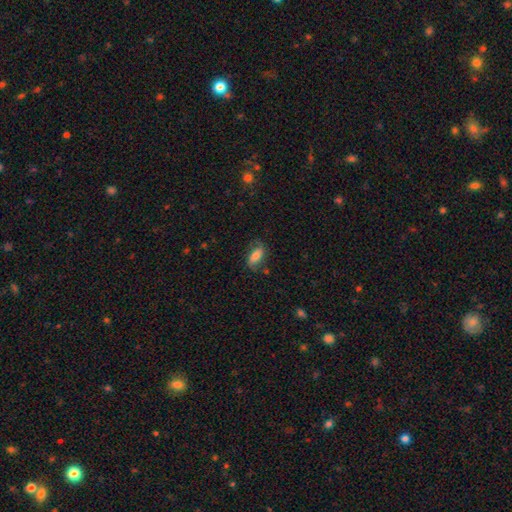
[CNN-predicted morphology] Q: Smooth or featured?
A: smooth (61%); runner-up: featured or disk (30%)
Q: How rounded?
A: in between (84%); runner-up: cigar-shaped (11%)
Q: Merging?
A: none (64%); runner-up: minor disturbance (24%)